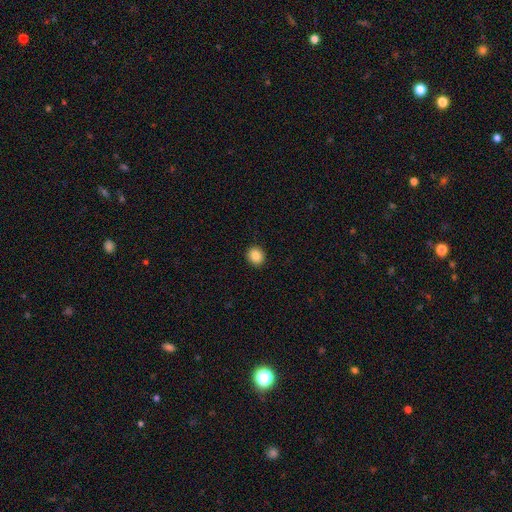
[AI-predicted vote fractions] Smooth or featured? Predicted: smooth (p=0.87). How rounded? Predicted: round (p=0.77). Merging? Predicted: none (p=0.92).